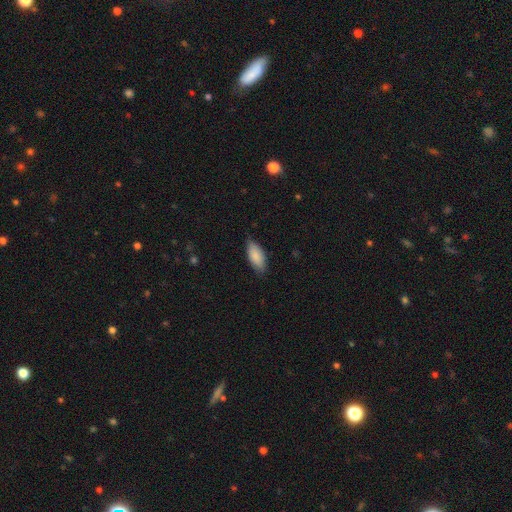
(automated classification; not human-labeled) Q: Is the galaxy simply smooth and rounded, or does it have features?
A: smooth — 87%.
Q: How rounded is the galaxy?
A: in between — 85%.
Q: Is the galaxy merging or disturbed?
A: none — 79%.